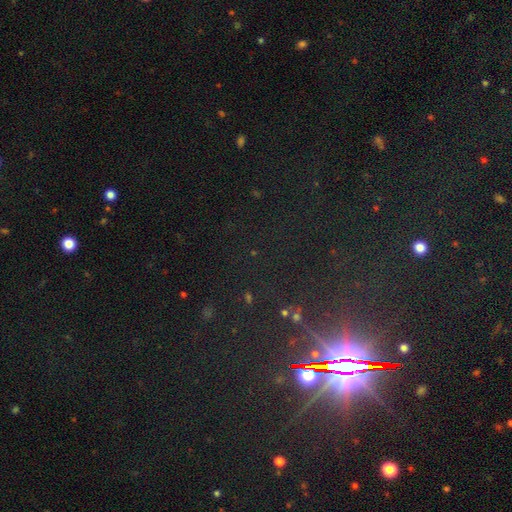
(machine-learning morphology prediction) A star or artifact, not a galaxy (84%).

Vote fractions:
- Smooth or featured? star or artifact: 84% / smooth: 8% / featured or disk: 8%